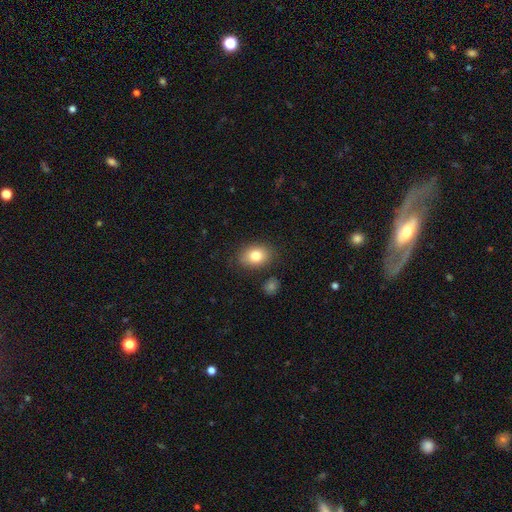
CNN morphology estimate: type=smooth (81%); roundness=in between (65%); merging=none (82%).